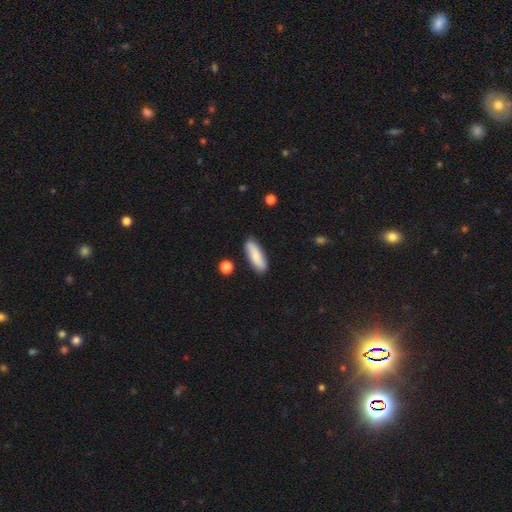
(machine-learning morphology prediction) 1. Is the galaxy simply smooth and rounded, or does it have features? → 76% smooth, 18% featured or disk, 6% star or artifact.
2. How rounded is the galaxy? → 53% in between, 45% cigar-shaped, 2% round.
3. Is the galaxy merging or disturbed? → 86% none, 10% minor disturbance, 2% merger, 2% major disturbance.